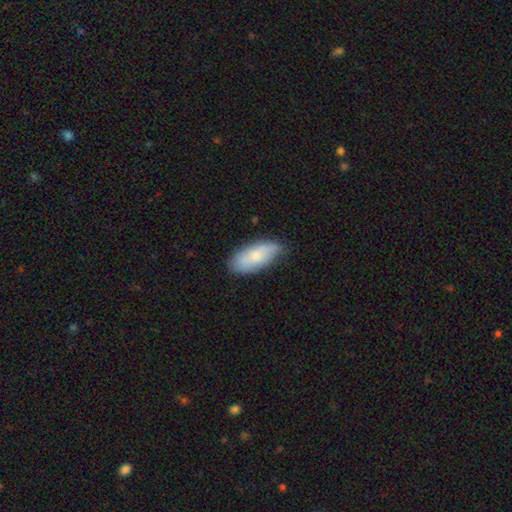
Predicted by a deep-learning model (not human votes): Smooth or featured?
  - smooth: 76% *
  - featured or disk: 18%
  - star or artifact: 6%
How rounded?
  - in between: 87% *
  - cigar-shaped: 11%
  - round: 2%
Merging?
  - none: 70% *
  - minor disturbance: 25%
  - major disturbance: 4%
  - merger: 1%